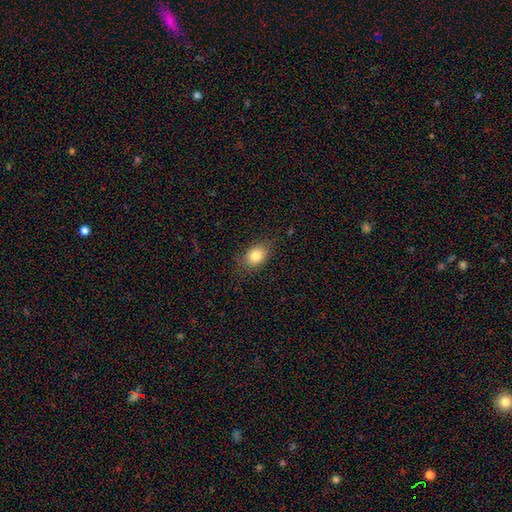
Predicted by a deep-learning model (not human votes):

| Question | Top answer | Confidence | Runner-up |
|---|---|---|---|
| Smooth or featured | smooth | 82% | star or artifact (9%) |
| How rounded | in between | 69% | round (30%) |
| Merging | none | 77% | minor disturbance (17%) |